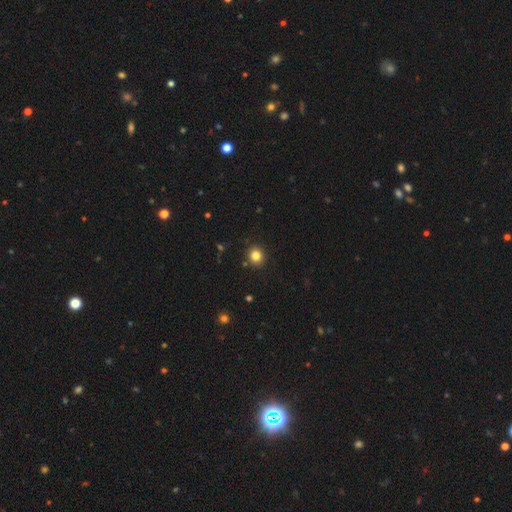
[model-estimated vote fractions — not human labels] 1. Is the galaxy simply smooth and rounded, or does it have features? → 82% smooth, 12% star or artifact, 6% featured or disk.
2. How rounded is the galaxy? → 86% round, 14% in between, 1% cigar-shaped.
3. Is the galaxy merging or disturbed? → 90% none, 6% minor disturbance, 2% merger, 2% major disturbance.